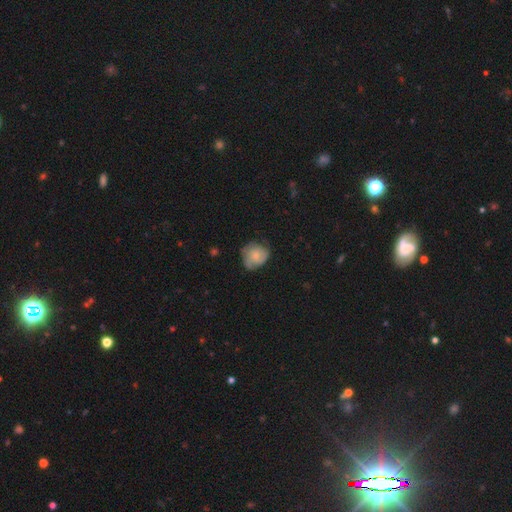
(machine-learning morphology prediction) This is possibly a smooth galaxy (54%). How rounded: likely round (73%). Merging: possibly none (57%).